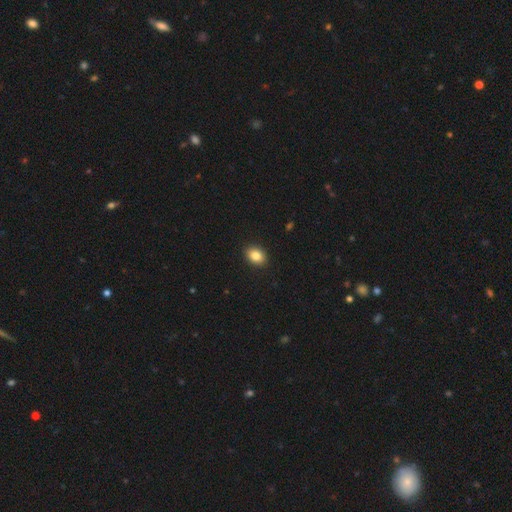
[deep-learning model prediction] Smooth or featured? Predicted: smooth (p=0.86). How rounded? Predicted: in between (p=0.67). Merging? Predicted: none (p=0.91).